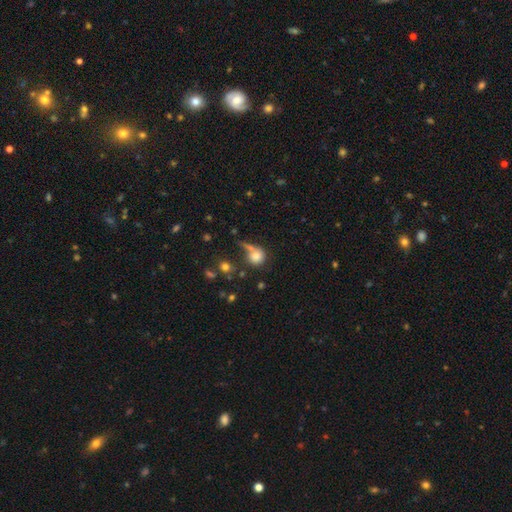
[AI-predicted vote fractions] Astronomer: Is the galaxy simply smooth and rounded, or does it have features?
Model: smooth — 75%.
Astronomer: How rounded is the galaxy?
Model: round — 80%.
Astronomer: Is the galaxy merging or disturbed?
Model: none — 38% (runner-up: merger, 24%).